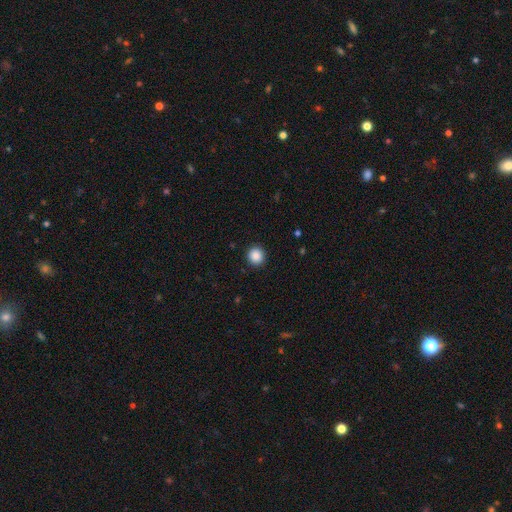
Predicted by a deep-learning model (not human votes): smooth-or-featured: smooth: 87% | star or artifact: 10% | featured or disk: 3%
  how-rounded: round: 93% | in between: 6% | cigar-shaped: 1%
  merging: none: 92% | minor disturbance: 5% | major disturbance: 2% | merger: 1%